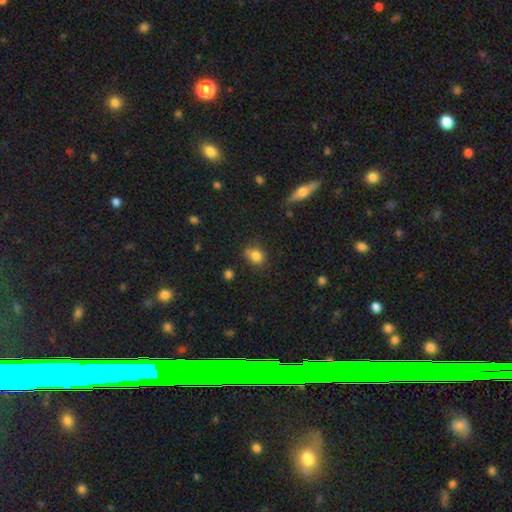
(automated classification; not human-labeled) A smooth galaxy with no disk features (82%) that is round (61%). Merging: none (67%).